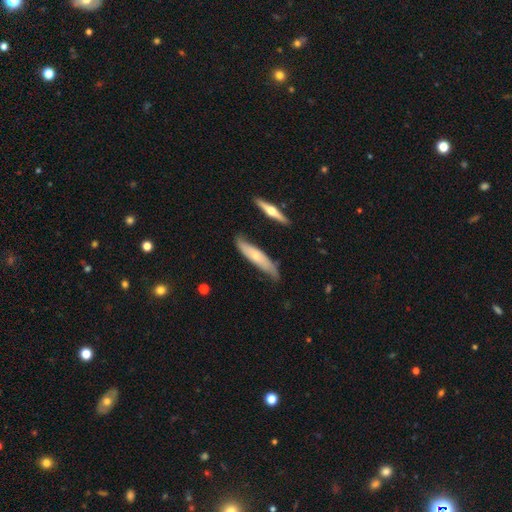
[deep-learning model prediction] smooth_or_featured: featured or disk (p=0.48) [alt: smooth p=0.45]
merging: none (p=0.65) [alt: minor disturbance p=0.27]